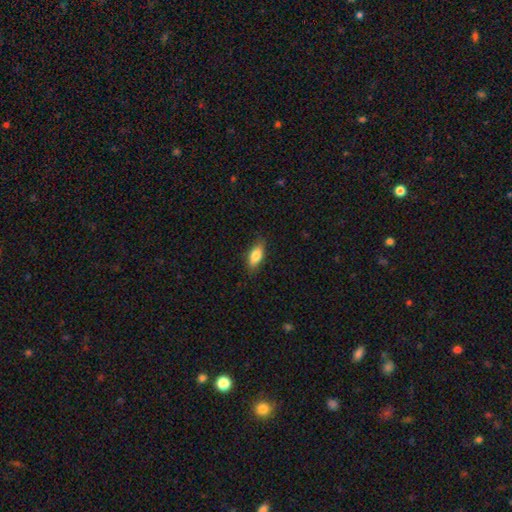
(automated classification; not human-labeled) A smooth galaxy with no disk features (78%) that is in between round and cigar-shaped (78%).

Vote fractions:
- Smooth or featured? smooth: 78% / featured or disk: 15% / star or artifact: 7%
- How rounded? in between: 78% / cigar-shaped: 19% / round: 4%
- Merging? none: 83% / minor disturbance: 14% / major disturbance: 3% / merger: 1%